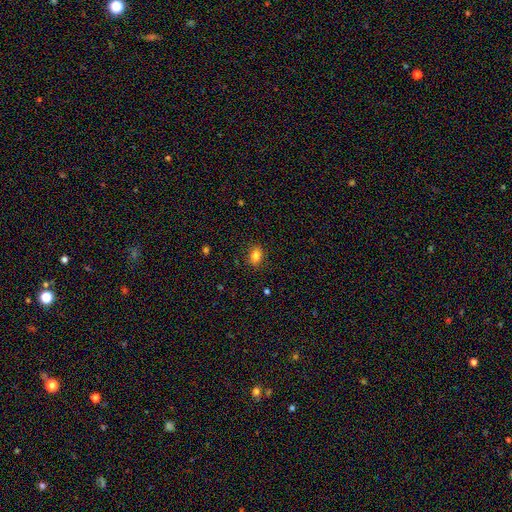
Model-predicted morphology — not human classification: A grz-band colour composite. It shows a smooth galaxy with no disk features (83%) that is in between round and cigar-shaped (73%). Merging: none (85%).